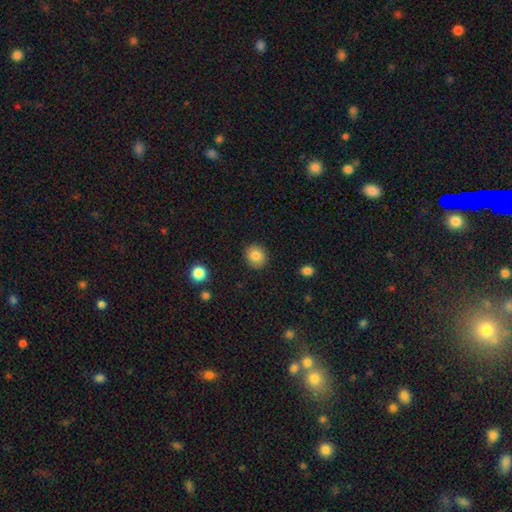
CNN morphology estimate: Smooth or featured? Predicted: smooth (p=0.84). How rounded? Predicted: round (p=0.76). Merging? Predicted: none (p=0.89).